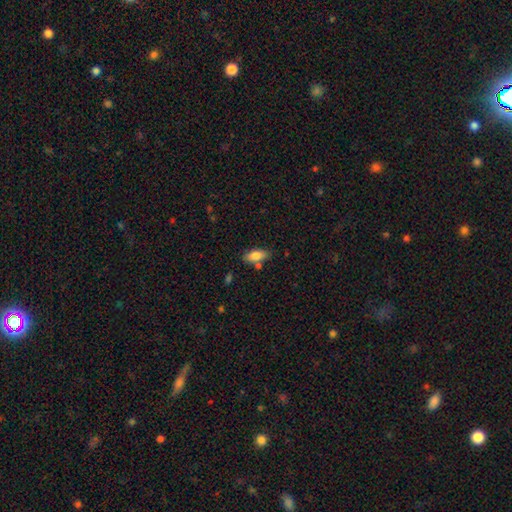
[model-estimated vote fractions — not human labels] This is clearly a smooth galaxy (81%). How rounded: clearly in between (83%). Merging: likely none (72%).